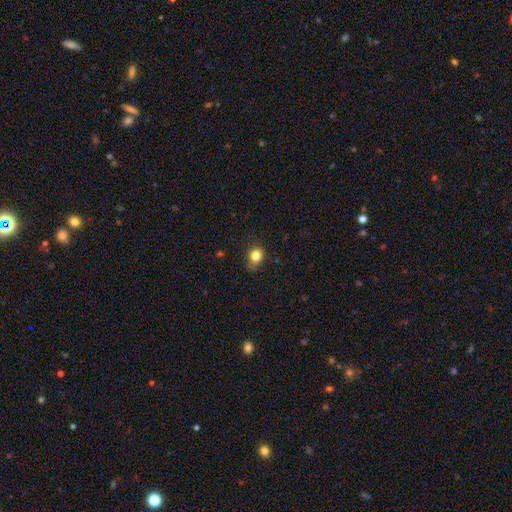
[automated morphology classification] Overall: smooth (81%). How rounded: round (70%). Merging: none (71%).